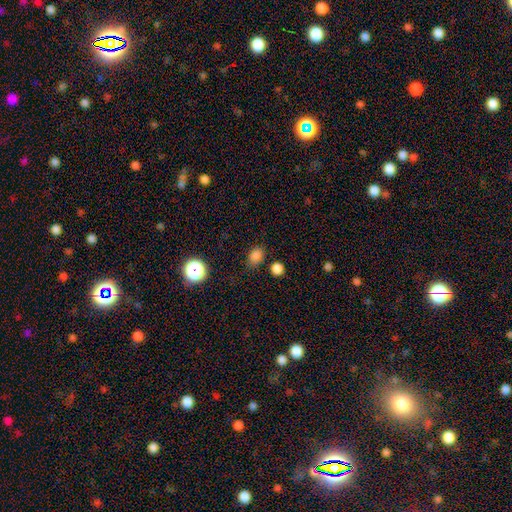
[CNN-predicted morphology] Smooth or featured?
  - smooth: 81% *
  - star or artifact: 15%
  - featured or disk: 4%
How rounded?
  - in between: 58% *
  - round: 41%
  - cigar-shaped: 1%
Merging?
  - none: 79% *
  - minor disturbance: 13%
  - merger: 4%
  - major disturbance: 4%